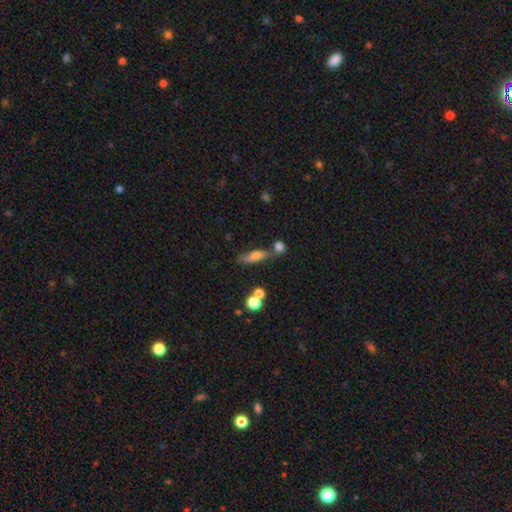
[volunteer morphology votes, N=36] Volunteers were most divided on "how rounded" (2-way tie): in between: 50%, cigar-shaped: 50%, round: 0%. More confident: smooth or featured — smooth (61%); merging — none (56%).